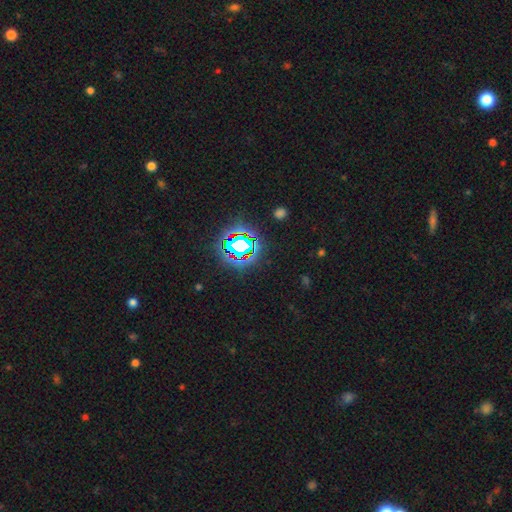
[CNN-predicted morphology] star or artifact 82%, smooth 11%, featured or disk 7%.